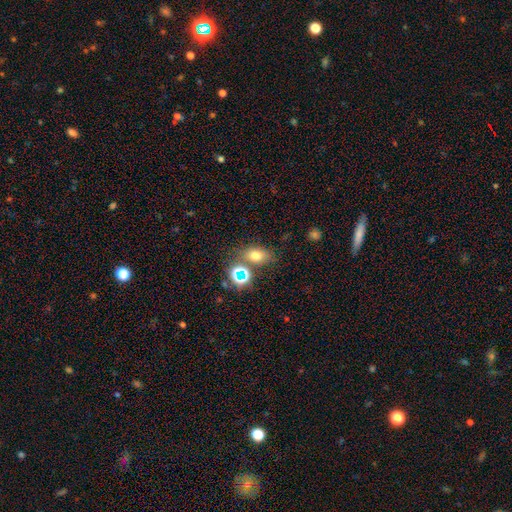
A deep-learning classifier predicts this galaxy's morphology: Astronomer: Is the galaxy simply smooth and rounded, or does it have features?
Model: smooth — 67%.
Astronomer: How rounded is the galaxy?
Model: in between — 67%.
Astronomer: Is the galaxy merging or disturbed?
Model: none — 67%.